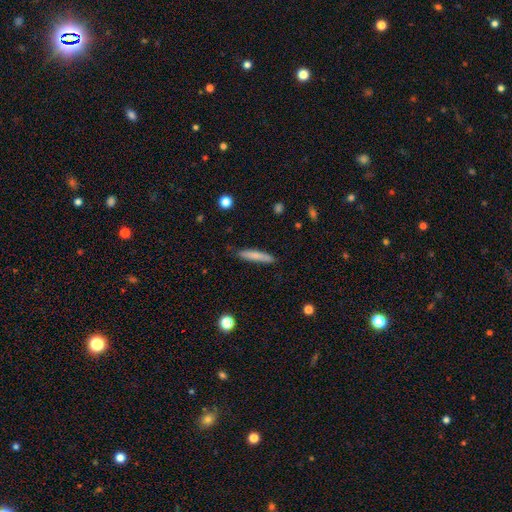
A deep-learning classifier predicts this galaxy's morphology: Smooth or featured? smooth (76%)
How rounded? cigar-shaped (92%)
Merging? none (85%)